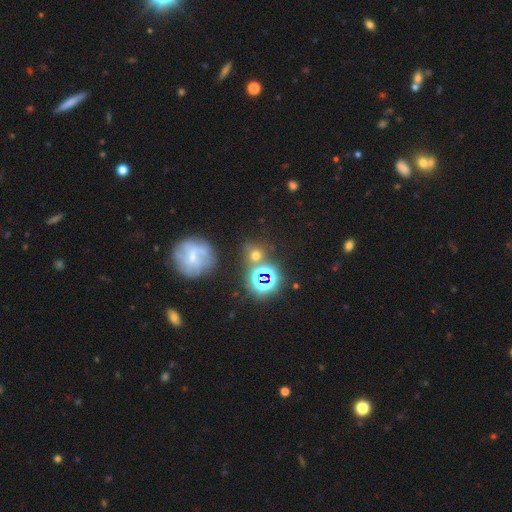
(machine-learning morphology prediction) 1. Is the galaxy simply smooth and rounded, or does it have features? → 49% smooth, 38% star or artifact, 13% featured or disk.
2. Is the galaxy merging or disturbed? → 64% none, 17% merger, 12% minor disturbance, 7% major disturbance.